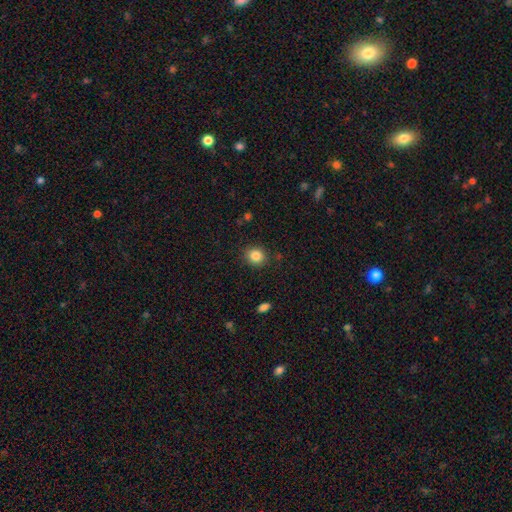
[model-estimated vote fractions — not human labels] This is clearly a smooth galaxy (84%). How rounded: clearly round (83%). Merging: clearly none (88%).